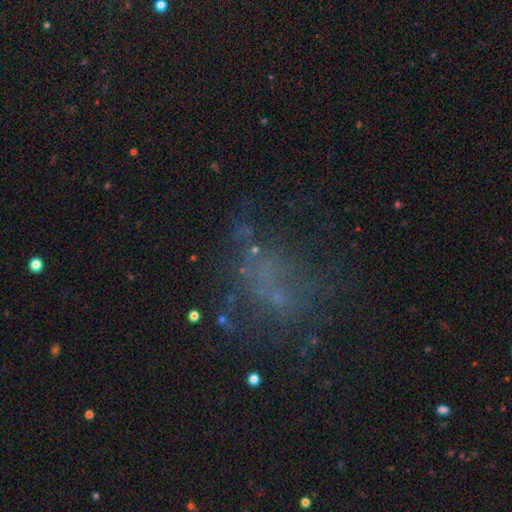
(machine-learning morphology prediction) Smooth or featured? featured or disk (39%)
Merging? none (48%)